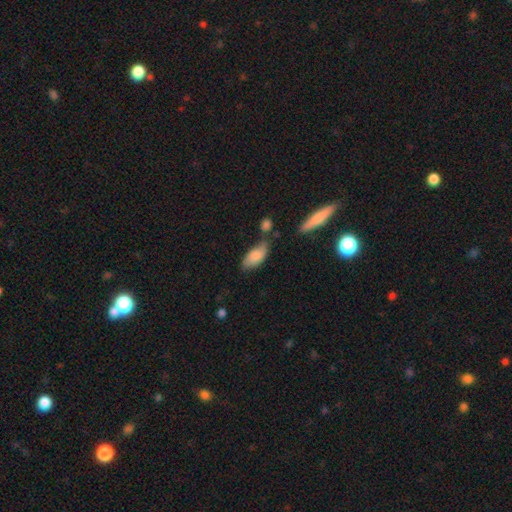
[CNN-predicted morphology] Overall: smooth (80%). How rounded: in between (89%). Merging: none (51%; minor disturbance 28%).